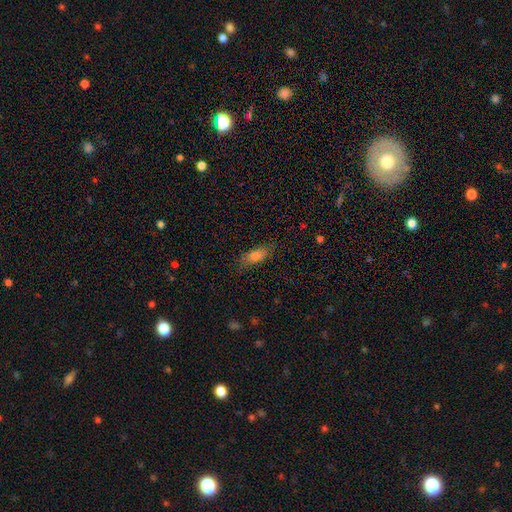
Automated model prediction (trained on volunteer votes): The model was most divided on "how rounded": in between: 73%, cigar-shaped: 23%, round: 4%. More confident: merging — none (79%); smooth or featured — smooth (74%).